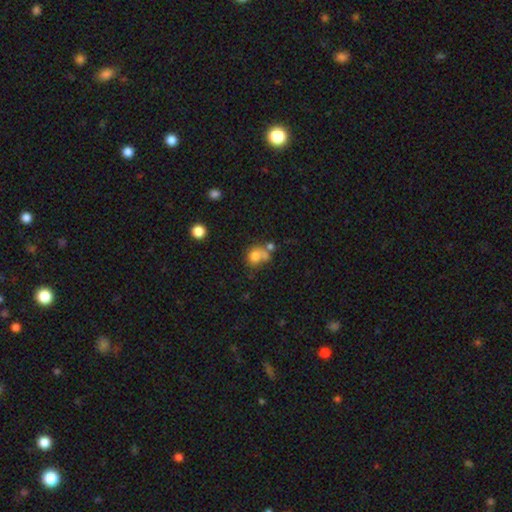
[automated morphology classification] Q: Smooth or featured?
A: smooth (73%); runner-up: featured or disk (15%)
Q: How rounded?
A: round (64%); runner-up: in between (35%)
Q: Merging?
A: merger (40%); runner-up: none (34%)